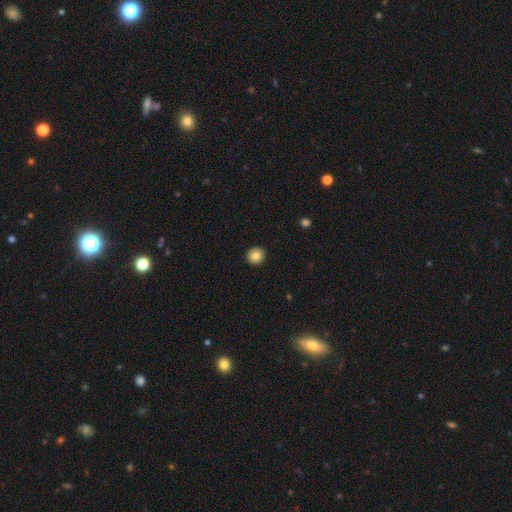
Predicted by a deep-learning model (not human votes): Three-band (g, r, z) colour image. It shows a smooth galaxy with no disk features (85%) that is round (90%). Merging: none (93%).